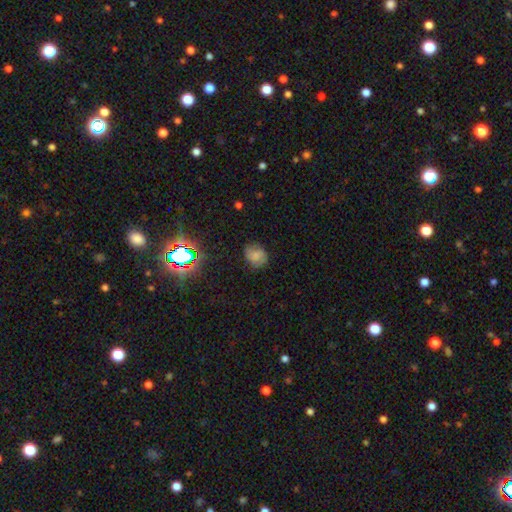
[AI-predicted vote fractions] This appears to be a smooth galaxy with no disk features (68%) that is round (58%). Merging: none (74%).